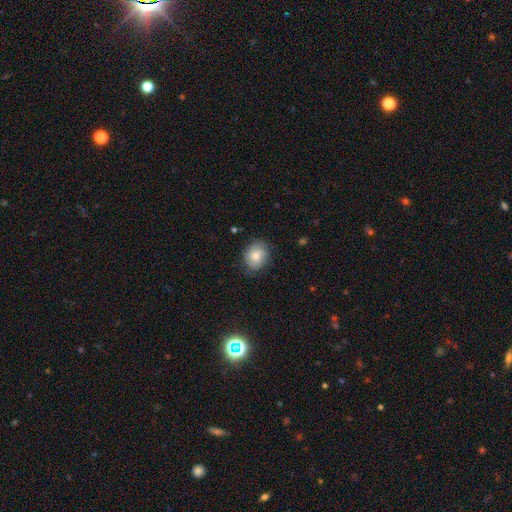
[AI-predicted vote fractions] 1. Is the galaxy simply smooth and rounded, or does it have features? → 73% smooth, 19% featured or disk, 8% star or artifact.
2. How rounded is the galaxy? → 51% round, 48% in between, 1% cigar-shaped.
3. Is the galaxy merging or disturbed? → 76% none, 19% minor disturbance, 4% major disturbance, 1% merger.